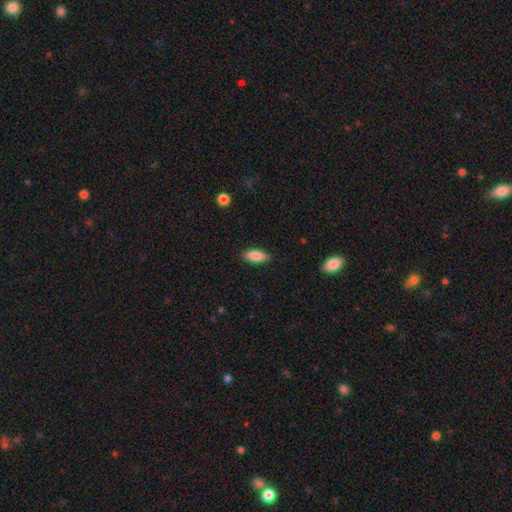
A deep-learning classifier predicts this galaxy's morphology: type=smooth (85%); roundness=in between (85%); merging=none (87%).